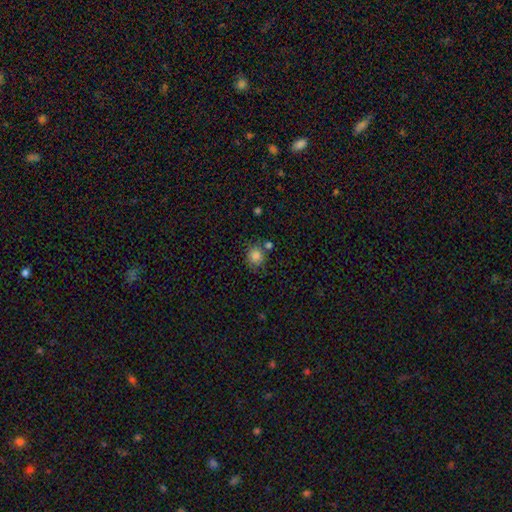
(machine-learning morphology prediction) This is clearly a smooth galaxy (84%). How rounded: likely round (79%). Merging: likely none (70%).